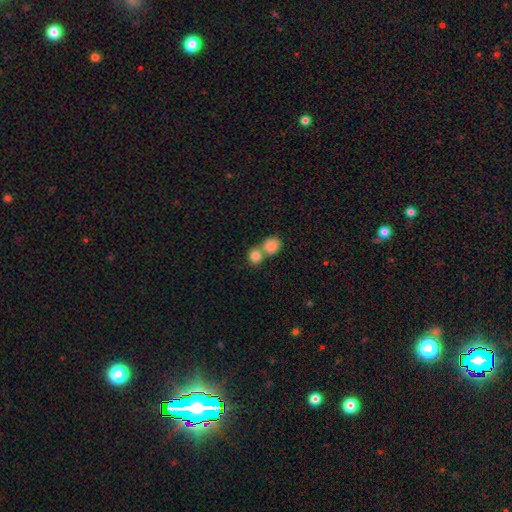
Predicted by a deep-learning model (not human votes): smooth 84%, star or artifact 9%, featured or disk 7%. Down the decision tree: how rounded — round (77%); merging — merger (56%).